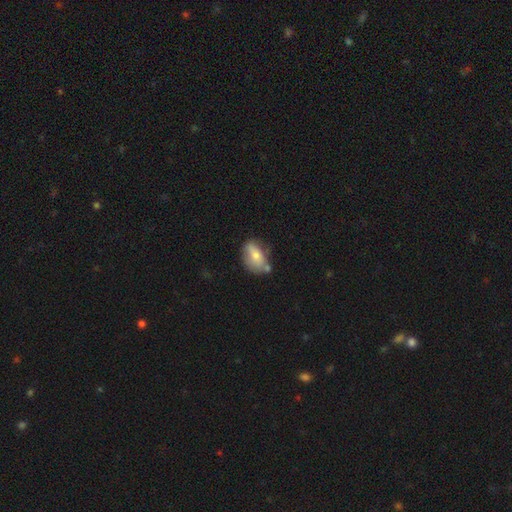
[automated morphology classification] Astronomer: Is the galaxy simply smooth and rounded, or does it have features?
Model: smooth — 69%.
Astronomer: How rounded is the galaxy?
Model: in between — 86%.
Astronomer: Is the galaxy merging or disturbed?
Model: none — 50% (runner-up: minor disturbance, 27%).